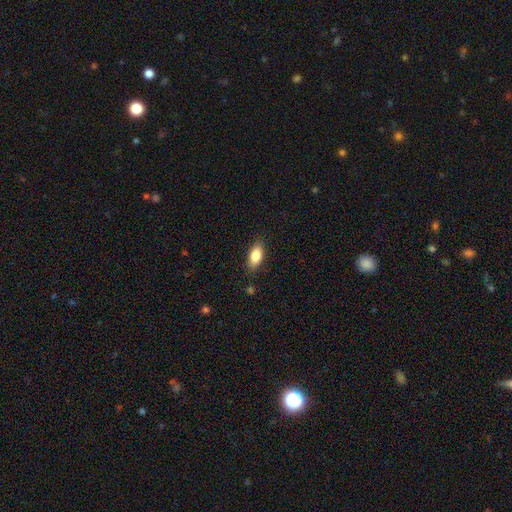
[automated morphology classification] smooth_or_featured: smooth (p=0.83) [alt: featured or disk p=0.10]
how_rounded: in between (p=0.87) [alt: cigar-shaped p=0.09]
merging: none (p=0.85) [alt: minor disturbance p=0.11]